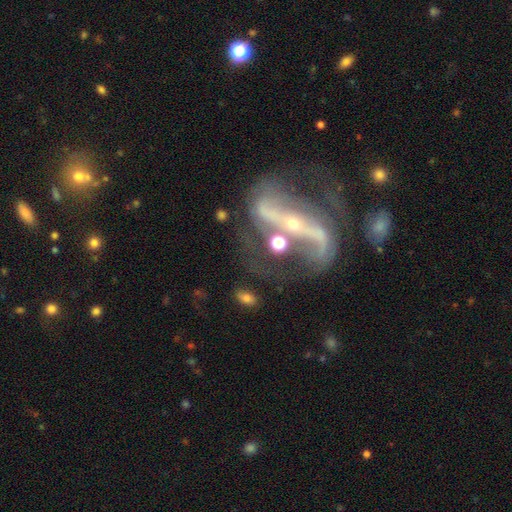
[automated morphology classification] This is clearly a featured or disk galaxy (88%). It is clearly not viewed edge-on (89%). Bar: likely strong (73%). Spiral arm pattern: clearly yes (88%). Spiral arm count: clearly 2 (90%). Spiral winding: possibly loose (55%). Central bulge: likely small (74%). Merging: possibly none (50%).